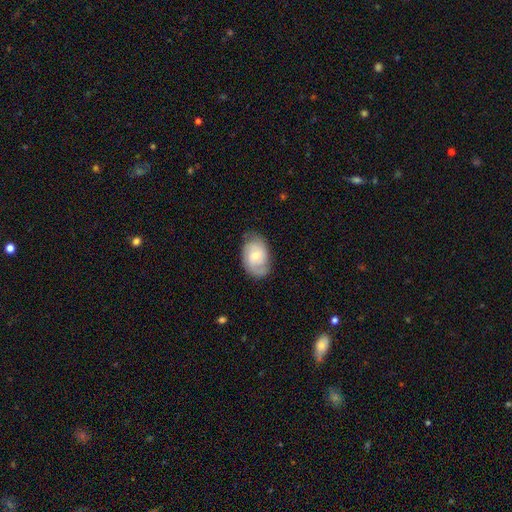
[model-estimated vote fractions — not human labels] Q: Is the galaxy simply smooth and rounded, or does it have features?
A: featured or disk — 54%.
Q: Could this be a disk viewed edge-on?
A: no — 96%.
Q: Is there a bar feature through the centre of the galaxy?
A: no — 61%.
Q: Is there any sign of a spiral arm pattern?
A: yes — 85%.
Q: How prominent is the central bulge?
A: small — 48%.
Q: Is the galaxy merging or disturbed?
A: none — 71%.